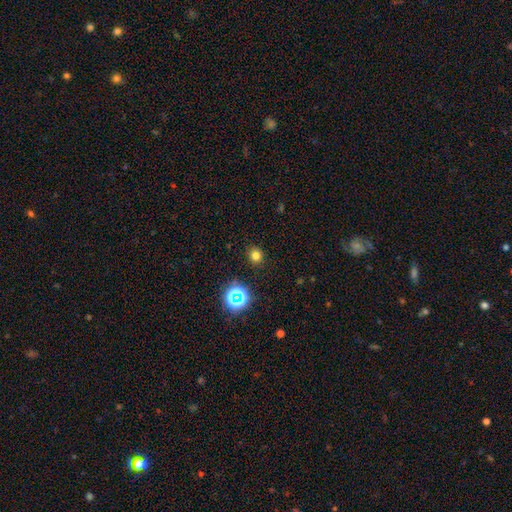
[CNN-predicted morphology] smooth 75%, star or artifact 20%, featured or disk 6%. Down the decision tree: how rounded — round (86%); merging — none (90%).